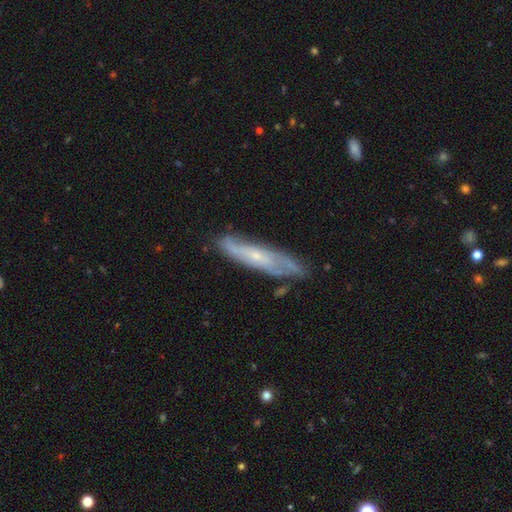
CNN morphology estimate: type=featured or disk (69%); edge-on=no (58%); merging=none (68%).